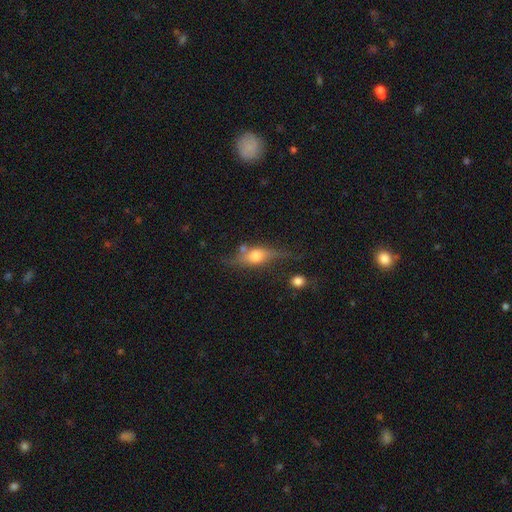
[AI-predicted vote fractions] This appears to be a featured or disk galaxy (49%). Merging: none (51%).